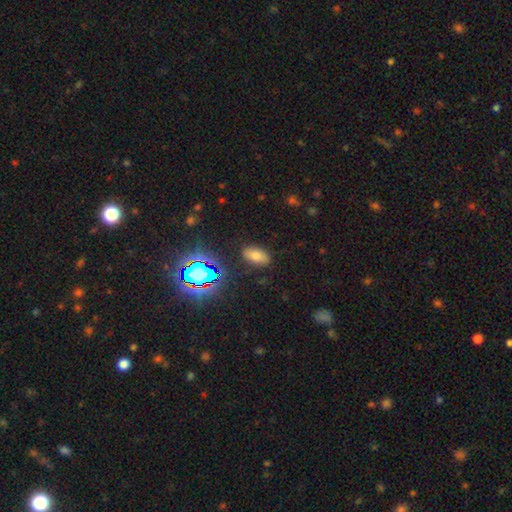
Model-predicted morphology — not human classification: type=smooth (66%); roundness=in between (91%); merging=none (86%).